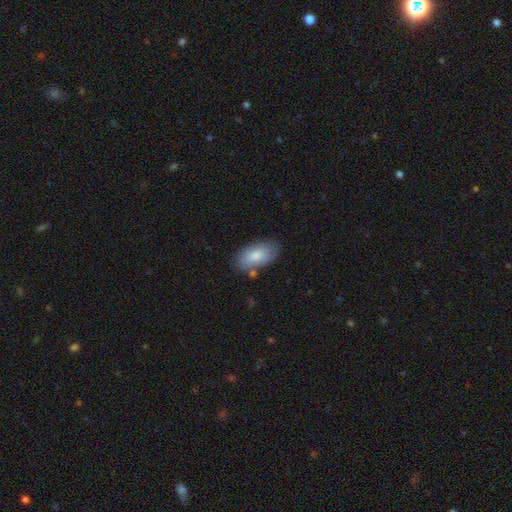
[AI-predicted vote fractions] Smooth or featured? smooth (82%)
How rounded? in between (94%)
Merging? none (72%)